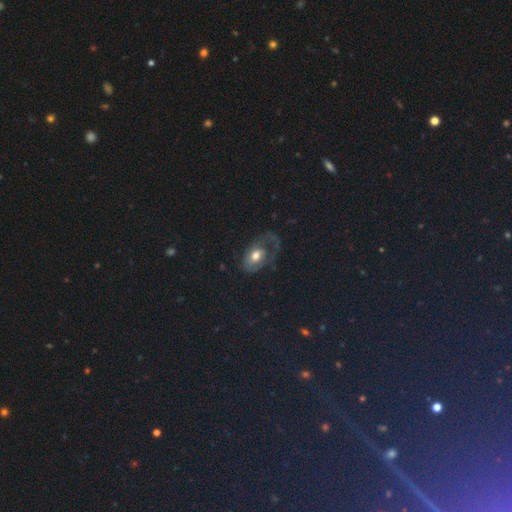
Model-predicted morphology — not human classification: Smooth or featured? Predicted: smooth (p=0.47). Merging? Predicted: major disturbance (p=0.44).